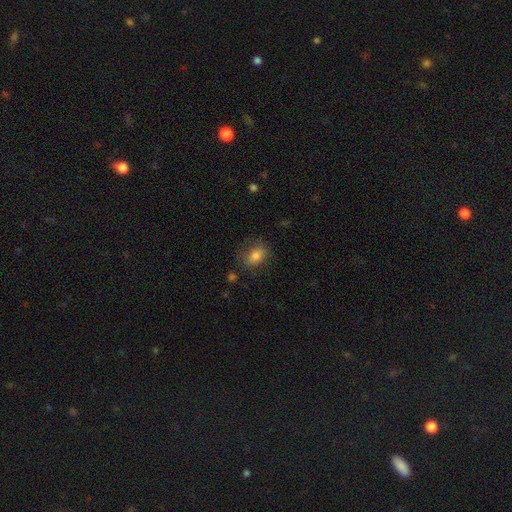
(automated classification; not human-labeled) The model was most divided on "how rounded": in between: 65%, round: 33%, cigar-shaped: 1%. More confident: smooth or featured — smooth (80%); merging — none (72%).